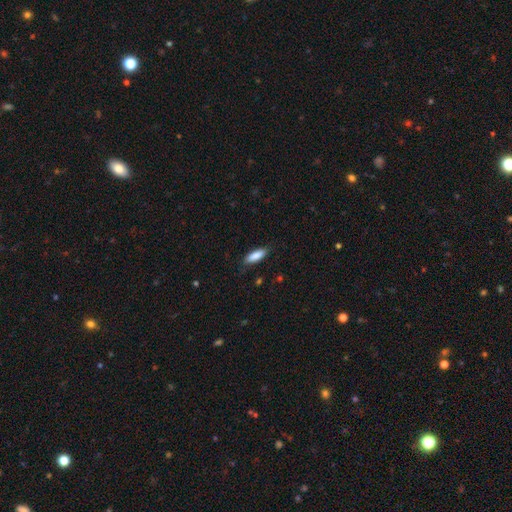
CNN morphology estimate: A smooth galaxy with no disk features (86%) that is in between round and cigar-shaped (57%).

Vote fractions:
- Smooth or featured? smooth: 86% / featured or disk: 8% / star or artifact: 6%
- How rounded? in between: 57% / cigar-shaped: 42% / round: 2%
- Merging? none: 83% / minor disturbance: 13% / major disturbance: 3% / merger: 1%